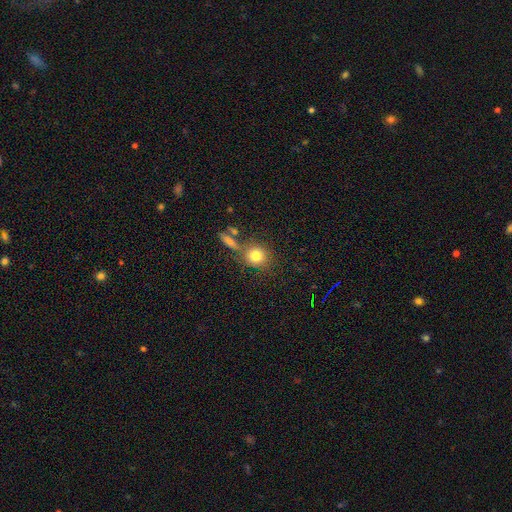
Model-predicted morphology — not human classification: Smooth or featured? smooth (80%)
How rounded? round (83%)
Merging? none (65%)